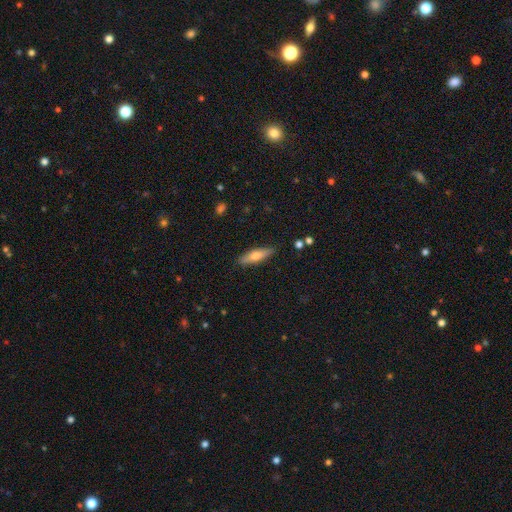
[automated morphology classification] Smooth or featured? smooth (60%)
How rounded? cigar-shaped (64%)
Merging? none (87%)